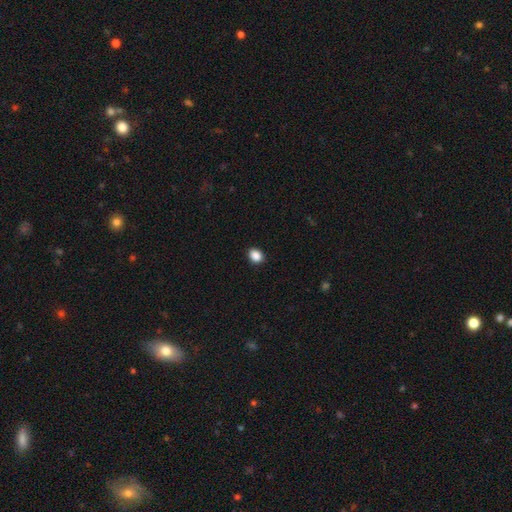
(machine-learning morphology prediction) This is clearly a smooth galaxy (88%). How rounded: possibly in between (53%). Merging: clearly none (90%).